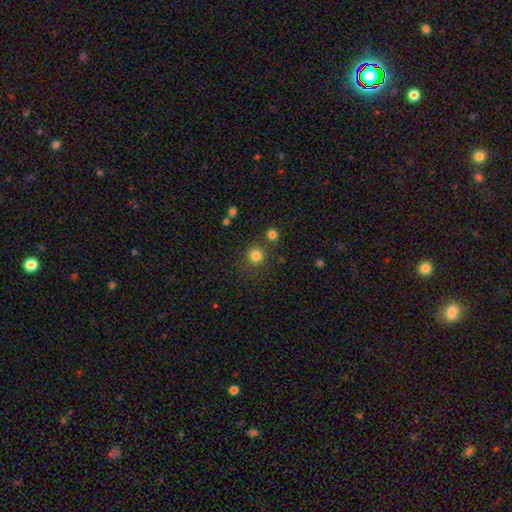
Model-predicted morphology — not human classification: Smooth or featured? Predicted: smooth (p=0.81). How rounded? Predicted: round (p=0.93). Merging? Predicted: none (p=0.78).